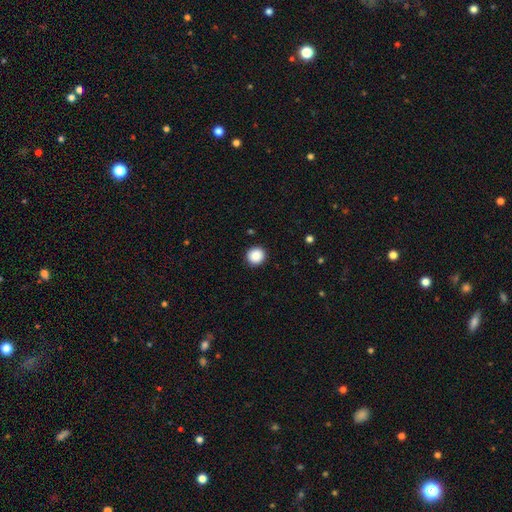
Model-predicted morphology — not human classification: Smooth or featured?
  - smooth: 89% *
  - star or artifact: 9%
  - featured or disk: 2%
How rounded?
  - round: 94% *
  - in between: 5%
  - cigar-shaped: 1%
Merging?
  - none: 92% *
  - minor disturbance: 5%
  - major disturbance: 2%
  - merger: 1%